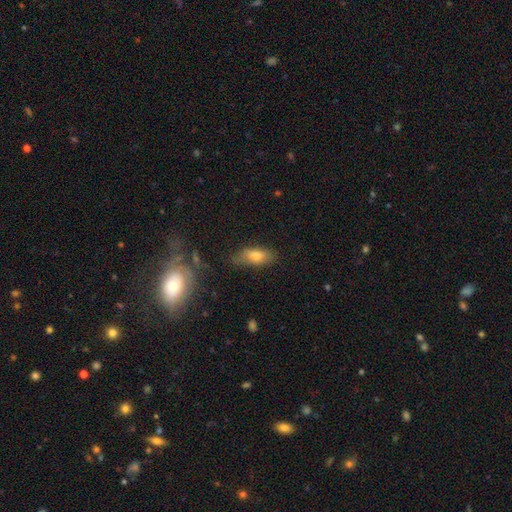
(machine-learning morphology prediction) Overall: smooth (71%). How rounded: in between (75%). Merging: none (63%; minor disturbance 25%).